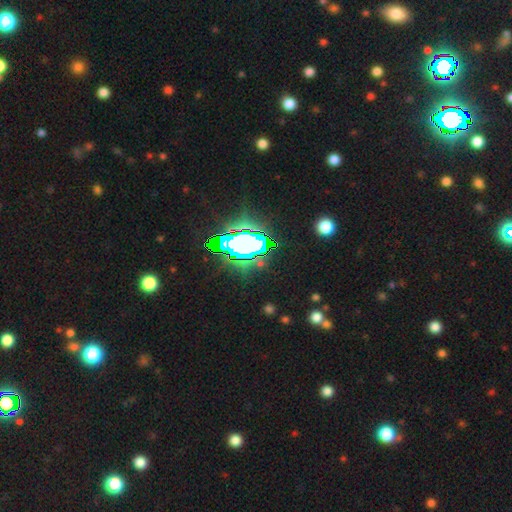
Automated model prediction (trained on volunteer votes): This is clearly a star or artifact rather than a galaxy (82%).